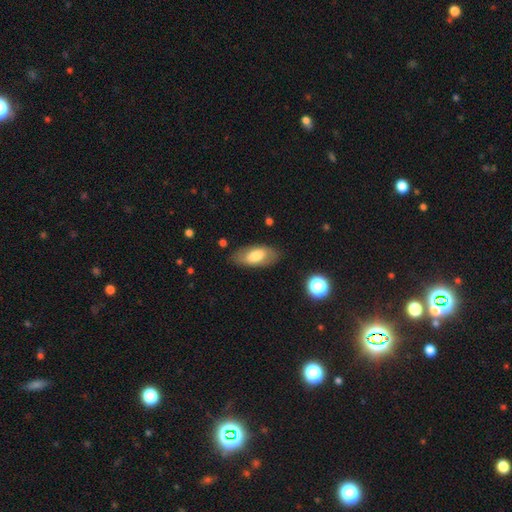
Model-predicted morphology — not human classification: smooth 72%, featured or disk 22%, star or artifact 7%. Down the decision tree: how rounded — in between (90%); merging — none (80%).